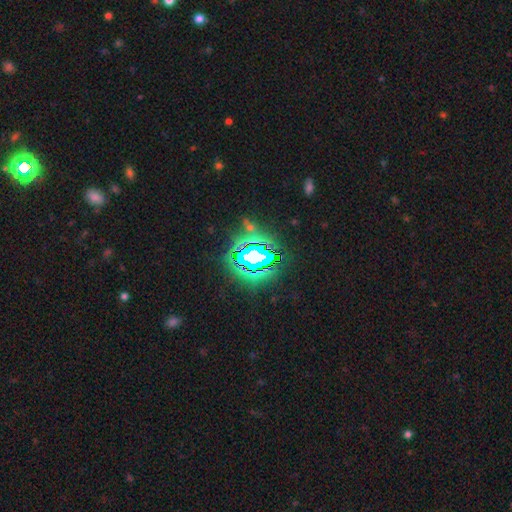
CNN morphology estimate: type=star or artifact (82%).